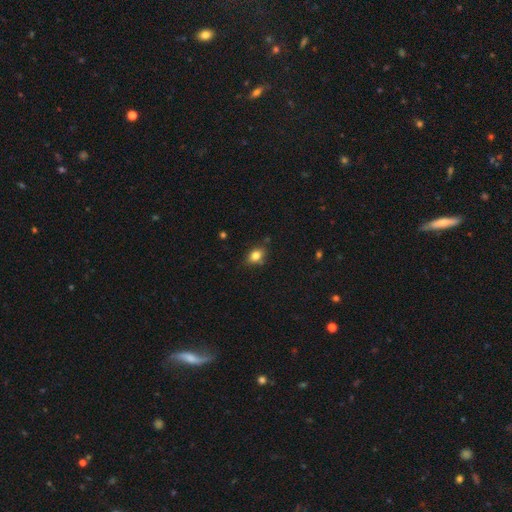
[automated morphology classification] This appears to be a smooth galaxy with no disk features (82%) that is in between round and cigar-shaped (72%). Merging: none (76%).